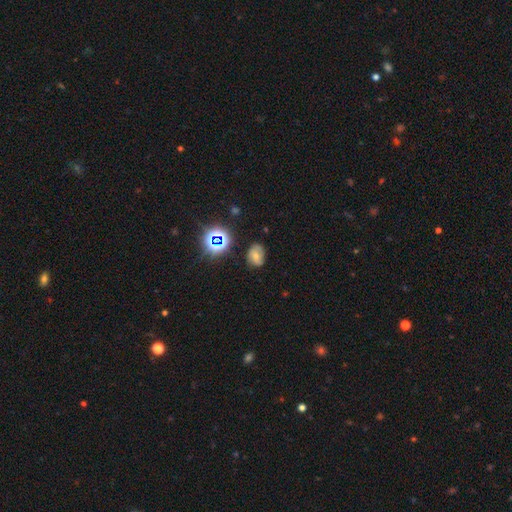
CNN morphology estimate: Smooth or featured: smooth — 53% (featured or disk — 24%)
How rounded: in between — 68% (round — 31%)
Merging: none — 68% (minor disturbance — 24%)